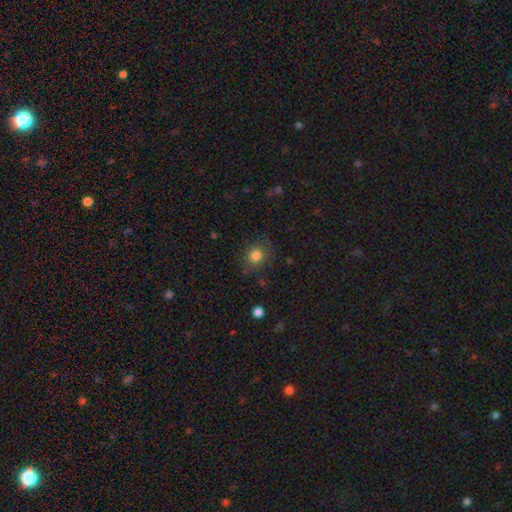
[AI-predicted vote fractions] Morphology: type=smooth (82%); roundness=round (84%); merging=none (82%).